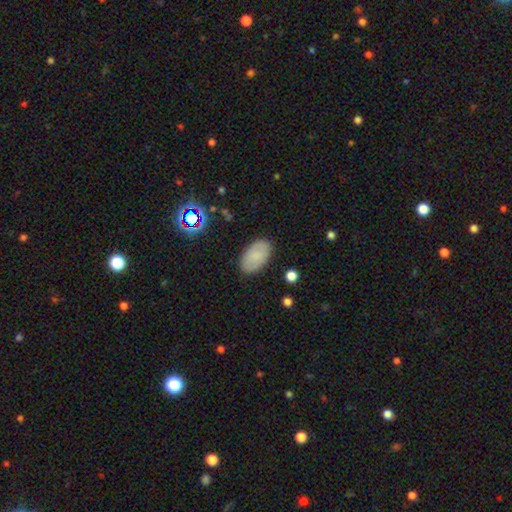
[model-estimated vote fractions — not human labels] Smooth or featured?
  - smooth: 77% *
  - featured or disk: 13%
  - star or artifact: 9%
How rounded?
  - in between: 94% *
  - round: 4%
  - cigar-shaped: 1%
Merging?
  - none: 86% *
  - minor disturbance: 10%
  - major disturbance: 3%
  - merger: 1%